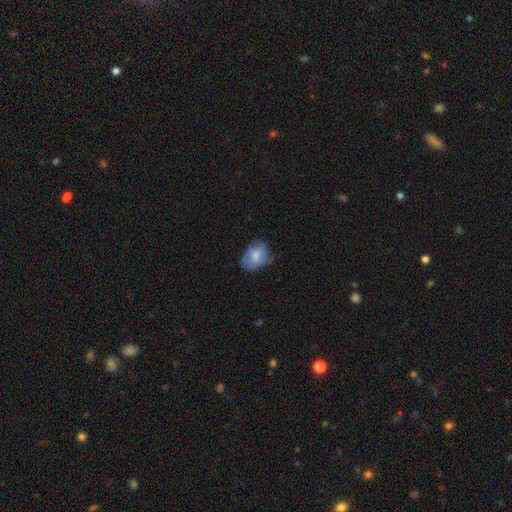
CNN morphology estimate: smooth-or-featured: smooth: 67% | featured or disk: 26% | star or artifact: 8%
  how-rounded: in between: 72% | round: 26% | cigar-shaped: 1%
  merging: none: 54% | minor disturbance: 32% | major disturbance: 12% | merger: 2%